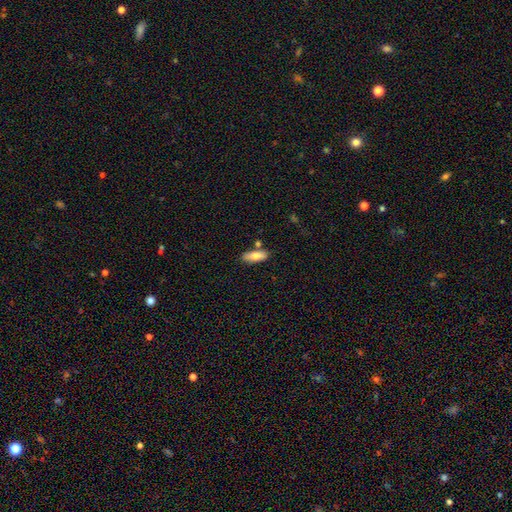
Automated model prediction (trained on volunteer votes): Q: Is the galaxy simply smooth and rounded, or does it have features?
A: smooth — 78%.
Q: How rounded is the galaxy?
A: in between — 74%.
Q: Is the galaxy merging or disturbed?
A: none — 76%.